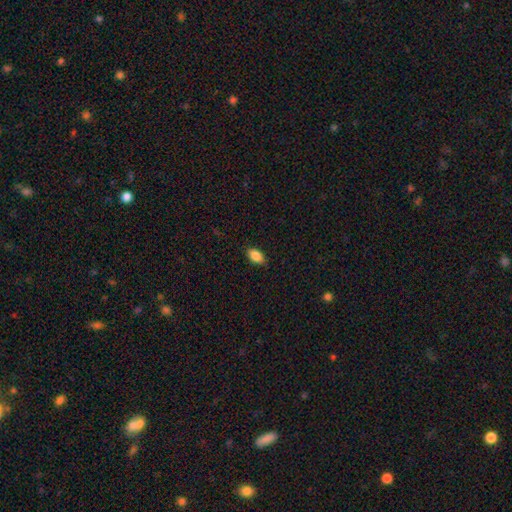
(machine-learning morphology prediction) A smooth galaxy with no disk features (87%) that is in between round and cigar-shaped (91%).

Vote fractions:
- Smooth or featured? smooth: 87% / star or artifact: 8% / featured or disk: 5%
- How rounded? in between: 91% / round: 6% / cigar-shaped: 3%
- Merging? none: 88% / minor disturbance: 10% / major disturbance: 2% / merger: 1%